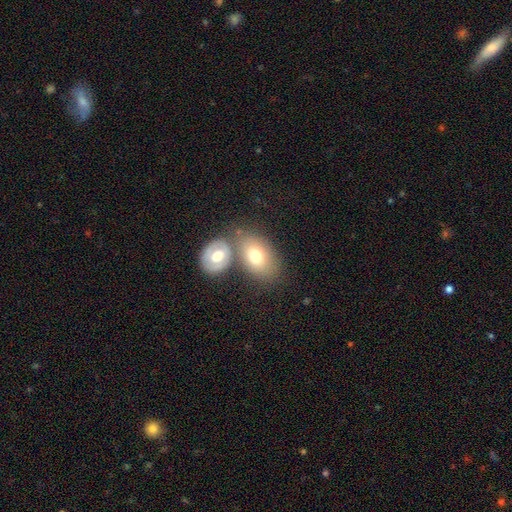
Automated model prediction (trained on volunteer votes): Smooth or featured: smooth — 68% (featured or disk — 24%)
How rounded: in between — 83% (round — 16%)
Merging: none — 49% (merger — 33%)